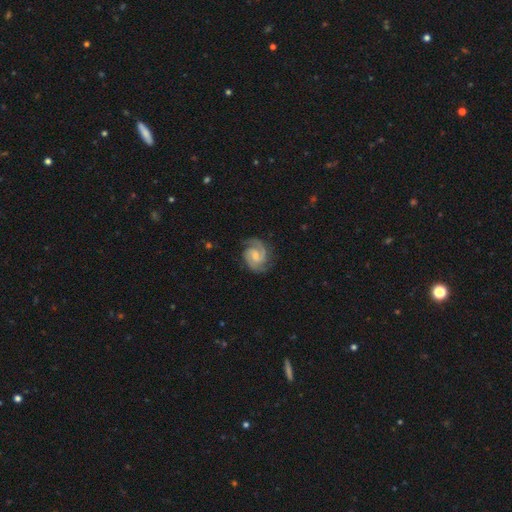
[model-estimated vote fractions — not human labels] Overall: featured or disk (89%). Edge-on disk: no (98%). Bar: weak (52%; no 37%). Spiral arms: yes (98%). Spiral arm count: 2 (87%). Spiral winding: medium (48%; tight 44%). Bulge size: moderate (44%; small 42%). Merging: none (80%).